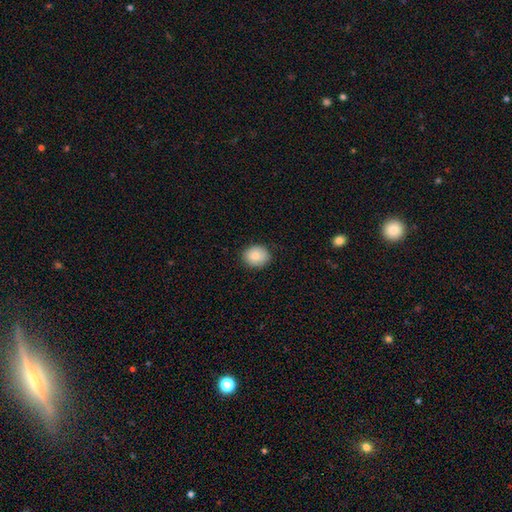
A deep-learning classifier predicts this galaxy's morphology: Smooth or featured?
  - smooth: 86% *
  - star or artifact: 8%
  - featured or disk: 6%
How rounded?
  - round: 69% *
  - in between: 30%
  - cigar-shaped: 1%
Merging?
  - none: 87% *
  - minor disturbance: 10%
  - major disturbance: 2%
  - merger: 1%